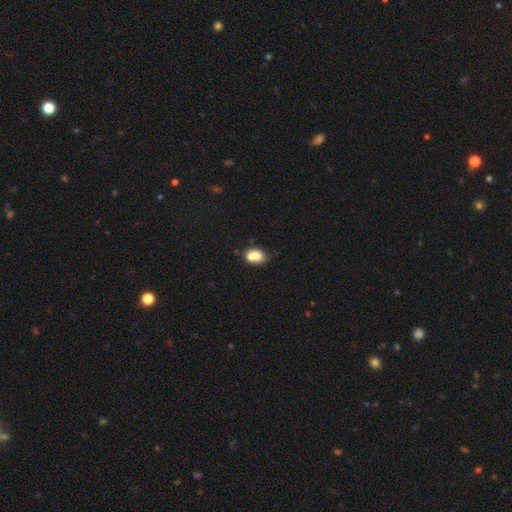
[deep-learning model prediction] This appears to be a smooth galaxy with no disk features (74%) that is in between round and cigar-shaped (68%). Merging: merger (43%).